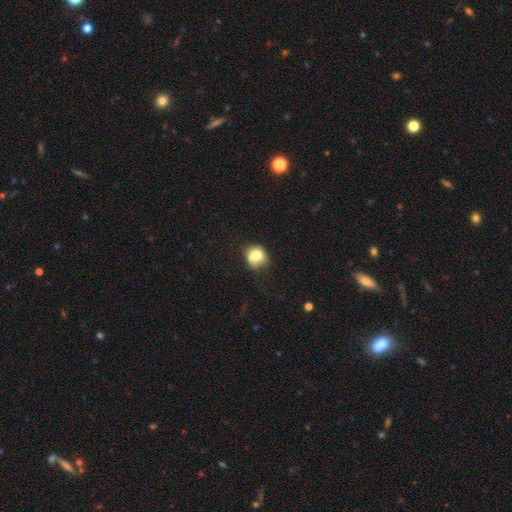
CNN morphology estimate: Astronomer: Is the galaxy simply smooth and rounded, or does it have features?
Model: smooth — 79%.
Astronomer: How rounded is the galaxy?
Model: round — 67%.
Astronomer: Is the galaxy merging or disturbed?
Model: none — 62%.